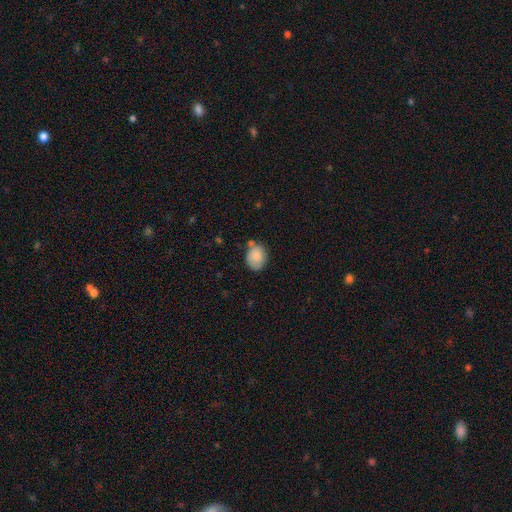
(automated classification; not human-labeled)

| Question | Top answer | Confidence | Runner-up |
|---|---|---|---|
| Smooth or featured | smooth | 83% | featured or disk (9%) |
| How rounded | in between | 51% | round (48%) |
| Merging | none | 60% | minor disturbance (24%) |